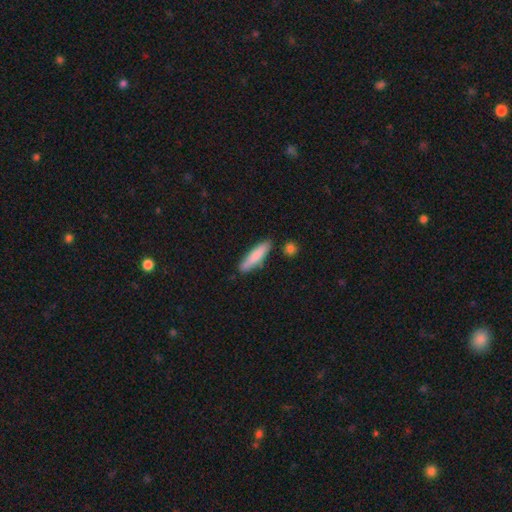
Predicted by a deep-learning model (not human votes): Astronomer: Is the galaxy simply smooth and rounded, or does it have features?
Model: smooth — 80%.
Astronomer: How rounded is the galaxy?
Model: cigar-shaped — 83%.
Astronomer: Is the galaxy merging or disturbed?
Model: none — 82%.